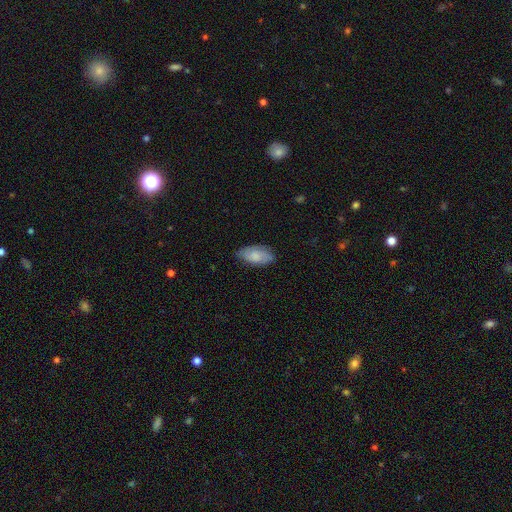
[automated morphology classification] Q: Smooth or featured?
A: smooth (60%); runner-up: featured or disk (33%)
Q: How rounded?
A: in between (92%); runner-up: cigar-shaped (5%)
Q: Merging?
A: none (74%); runner-up: minor disturbance (20%)